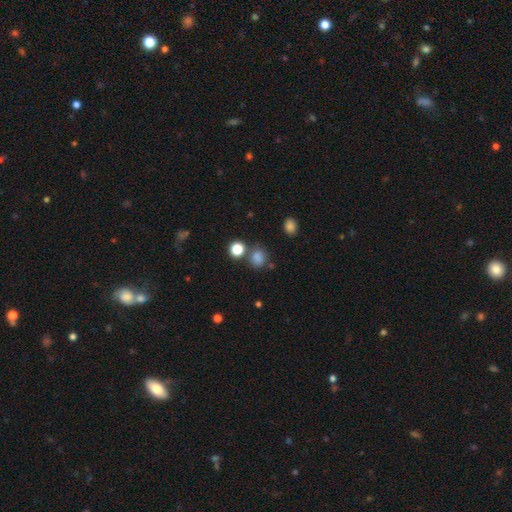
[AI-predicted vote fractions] Overall: smooth (71%). How rounded: round (83%). Merging: none (74%).